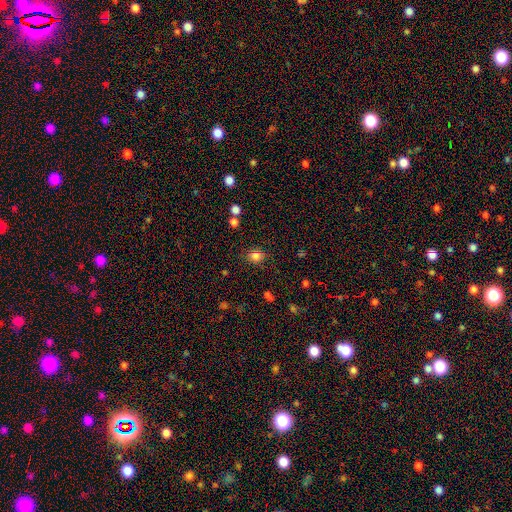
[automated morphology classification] Q: Smooth or featured?
A: smooth (81%); runner-up: star or artifact (14%)
Q: How rounded?
A: round (66%); runner-up: in between (32%)
Q: Merging?
A: none (82%); runner-up: minor disturbance (12%)